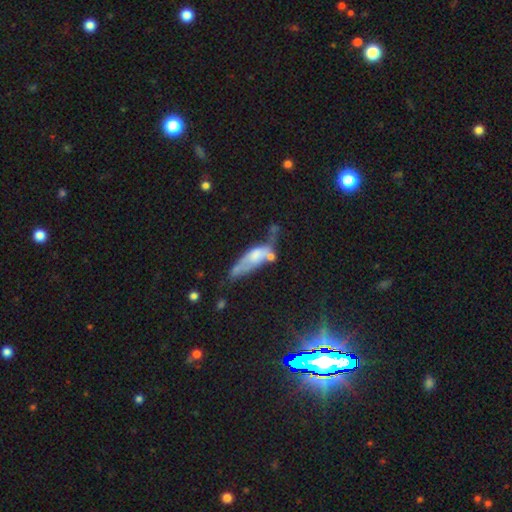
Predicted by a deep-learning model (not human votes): Smooth or featured?
  - smooth: 53% *
  - featured or disk: 39%
  - star or artifact: 8%
How rounded?
  - in between: 56% *
  - cigar-shaped: 41%
  - round: 3%
Merging?
  - minor disturbance: 27% *
  - none: 26%
  - major disturbance: 25%
  - merger: 22%